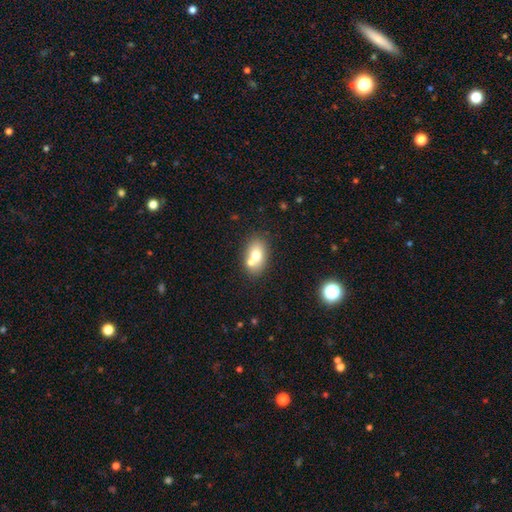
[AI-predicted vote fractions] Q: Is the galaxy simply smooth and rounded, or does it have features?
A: smooth — 70%.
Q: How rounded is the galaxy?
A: in between — 81%.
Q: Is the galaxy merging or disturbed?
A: none — 54%.